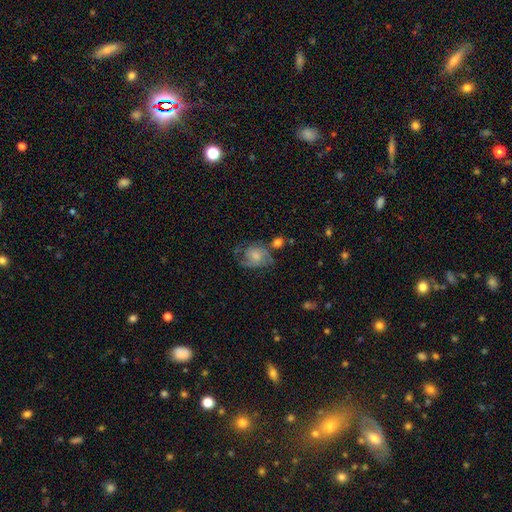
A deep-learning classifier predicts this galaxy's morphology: A featured or disk galaxy (54%) with no bar (69%), spiral arms (83%) and a moderate central bulge (38%).

Vote fractions:
- Smooth or featured? featured or disk: 54% / smooth: 38% / star or artifact: 8%
- Edge-on disk? no: 97% / yes: 3%
- Bar? no: 69% / weak: 27% / strong: 4%
- Spiral arms? yes: 83% / no: 17%
- Bulge size? moderate: 38% / small: 37% / none: 14% / large: 10% / dominant: 2%
- Merging? none: 44% / minor disturbance: 26% / major disturbance: 20% / merger: 10%